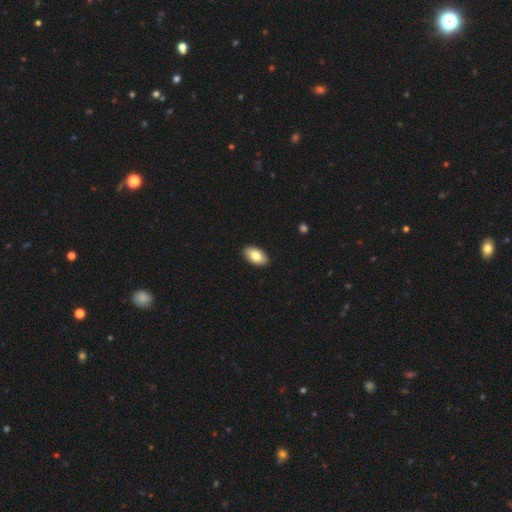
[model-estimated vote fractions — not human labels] smooth_or_featured: smooth (p=0.82) [alt: featured or disk p=0.11]
how_rounded: in between (p=0.95) [alt: round p=0.04]
merging: none (p=0.91) [alt: minor disturbance p=0.07]